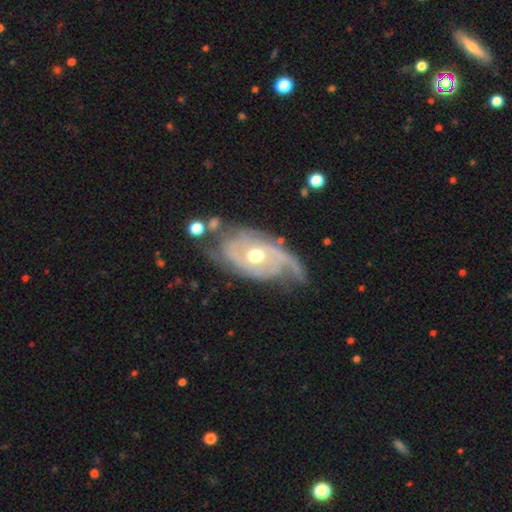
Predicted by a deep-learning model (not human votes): featured or disk 86%, smooth 9%, star or artifact 5%. Down the decision tree: edge-on disk — no (95%); bar — no (64%); spiral arms — yes (92%); spiral arm count — 2 (62%); spiral winding — medium (37%); bulge size — moderate (78%); merging — none (55%).